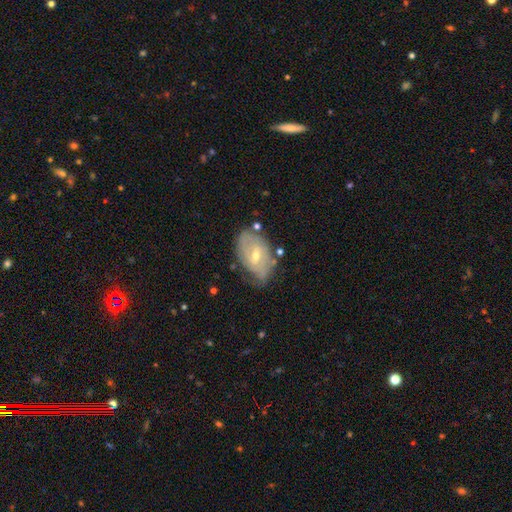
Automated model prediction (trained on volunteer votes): This is likely a featured or disk galaxy (64%). It is clearly not viewed edge-on (93%). Bar: possibly no (47%). Spiral arm pattern: likely yes (68%). Central bulge: possibly small (57%). Merging: possibly none (58%).